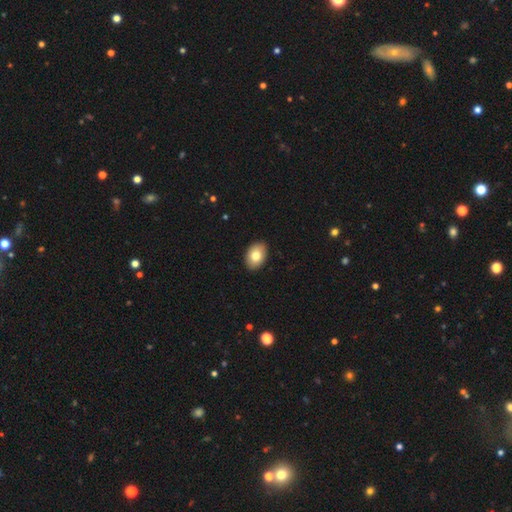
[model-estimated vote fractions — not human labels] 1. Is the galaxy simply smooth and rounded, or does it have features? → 80% smooth, 13% featured or disk, 7% star or artifact.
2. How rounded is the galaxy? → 86% in between, 13% round, 1% cigar-shaped.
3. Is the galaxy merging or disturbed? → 90% none, 7% minor disturbance, 2% major disturbance, 1% merger.